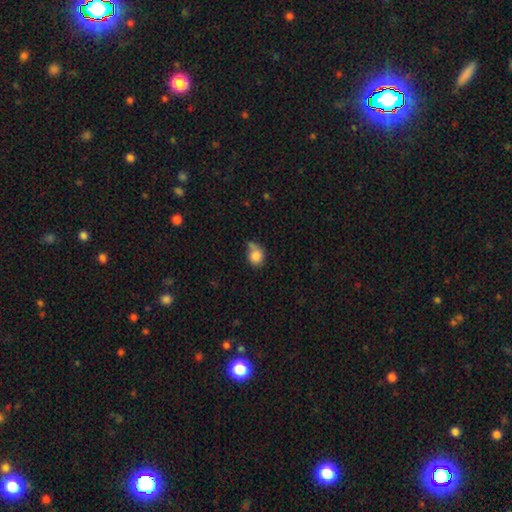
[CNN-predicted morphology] This appears to be a smooth galaxy with no disk features (80%) that is round (63%). Merging: none (37%).